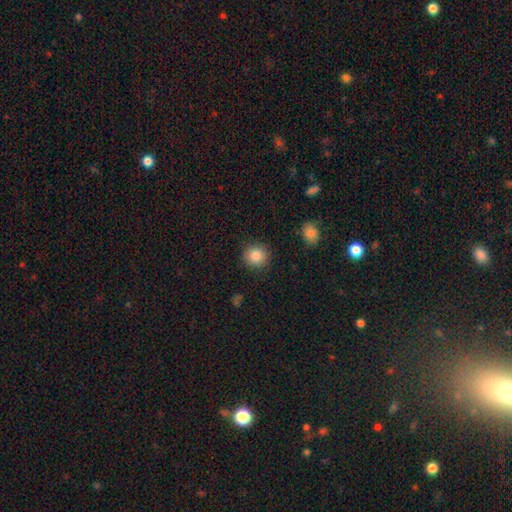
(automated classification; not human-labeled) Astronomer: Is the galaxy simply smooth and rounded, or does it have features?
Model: smooth — 85%.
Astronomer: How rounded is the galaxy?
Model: round — 90%.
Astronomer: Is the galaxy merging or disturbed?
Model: none — 90%.